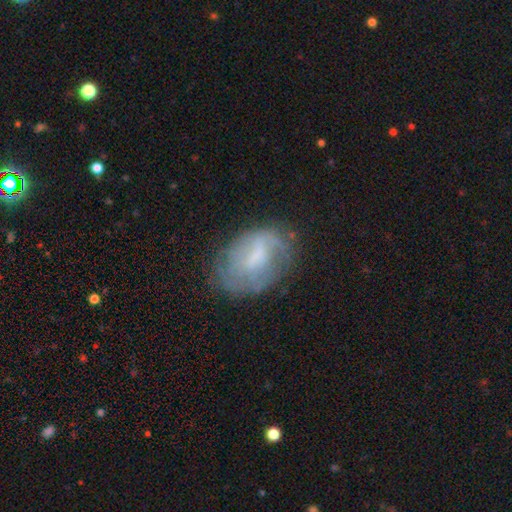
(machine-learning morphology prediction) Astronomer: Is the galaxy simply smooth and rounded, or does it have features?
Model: featured or disk — 51% (runner-up: smooth, 40%).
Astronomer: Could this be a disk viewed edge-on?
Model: no — 96%.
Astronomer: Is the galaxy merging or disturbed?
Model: none — 58%.